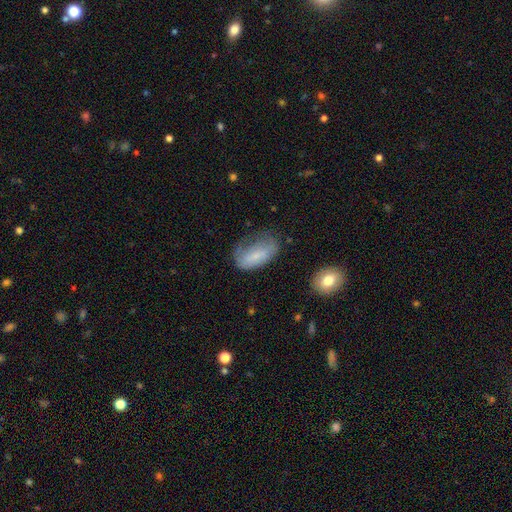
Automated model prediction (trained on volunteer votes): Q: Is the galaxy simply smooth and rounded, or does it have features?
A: smooth — 69%.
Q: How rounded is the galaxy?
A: in between — 90%.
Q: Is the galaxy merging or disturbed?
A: none — 39%.